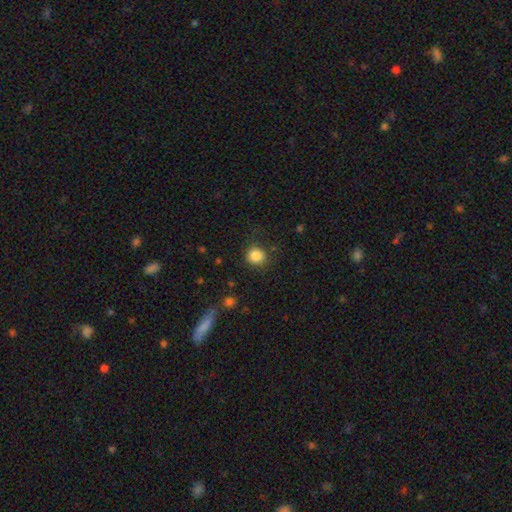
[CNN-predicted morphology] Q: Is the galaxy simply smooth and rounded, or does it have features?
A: smooth — 85%.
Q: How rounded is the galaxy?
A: round — 89%.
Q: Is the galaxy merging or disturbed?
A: none — 83%.